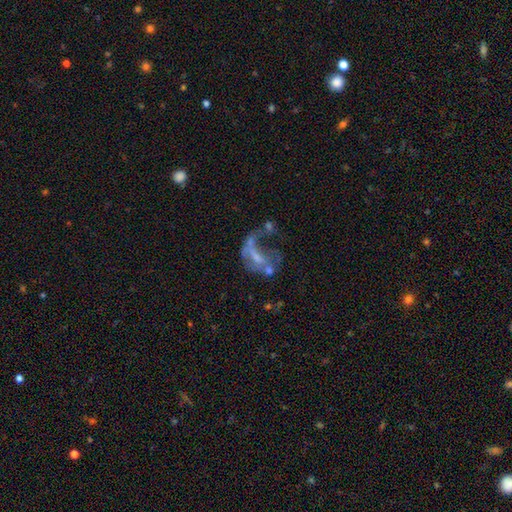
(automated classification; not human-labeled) Smooth or featured?
  - featured or disk: 63% *
  - smooth: 21%
  - star or artifact: 16%
Edge-on disk?
  - no: 96% *
  - yes: 4%
Bar?
  - no: 59% *
  - weak: 28%
  - strong: 13%
Spiral arms?
  - no: 65% *
  - yes: 35%
Bulge size?
  - none: 46% *
  - small: 32%
  - moderate: 18%
  - large: 3%
  - dominant: 1%
Merging?
  - major disturbance: 46% *
  - merger: 21%
  - none: 21%
  - minor disturbance: 12%